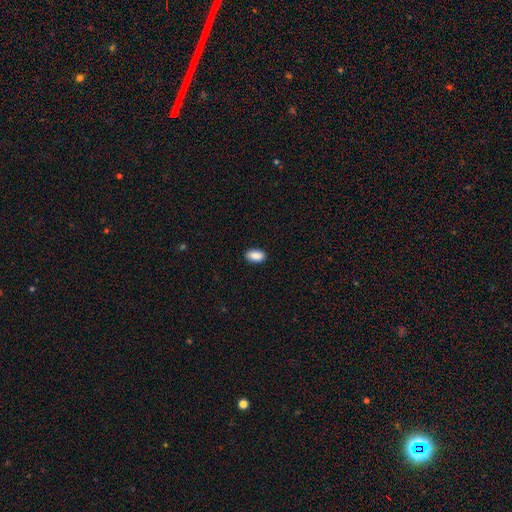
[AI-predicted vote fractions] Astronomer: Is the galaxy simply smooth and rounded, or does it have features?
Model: smooth — 90%.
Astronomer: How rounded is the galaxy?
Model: in between — 93%.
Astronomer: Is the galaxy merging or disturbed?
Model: none — 90%.